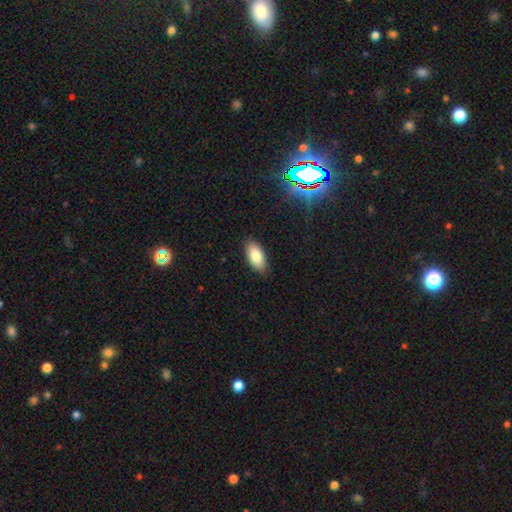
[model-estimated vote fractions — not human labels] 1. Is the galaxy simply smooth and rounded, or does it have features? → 84% smooth, 9% featured or disk, 7% star or artifact.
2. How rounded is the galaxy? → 91% in between, 7% cigar-shaped, 2% round.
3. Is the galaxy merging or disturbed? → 86% none, 11% minor disturbance, 2% major disturbance, 1% merger.